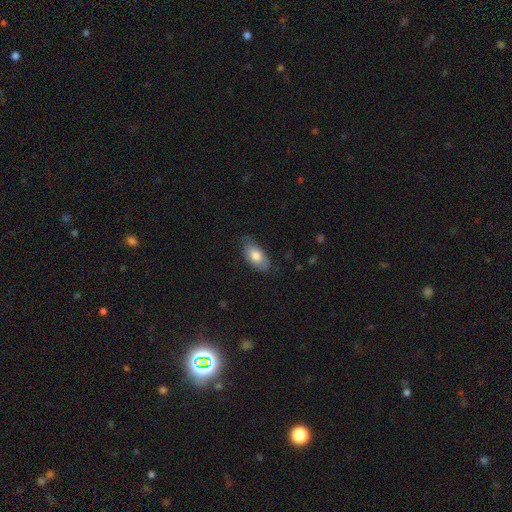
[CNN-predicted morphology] A smooth galaxy with no disk features (75%) that is in between round and cigar-shaped (91%). Merging: none (70%).